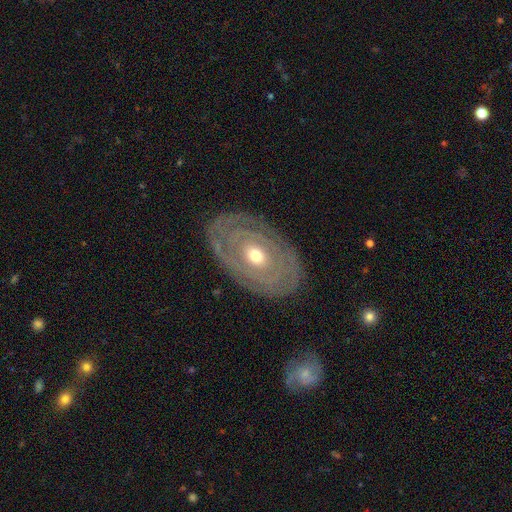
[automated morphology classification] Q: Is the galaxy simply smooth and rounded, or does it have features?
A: featured or disk — 76%.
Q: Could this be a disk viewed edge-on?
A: no — 93%.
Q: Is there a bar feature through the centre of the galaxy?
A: no — 84%.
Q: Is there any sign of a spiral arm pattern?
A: yes — 59%.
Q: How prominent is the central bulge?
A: moderate — 60%.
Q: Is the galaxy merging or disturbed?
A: none — 80%.